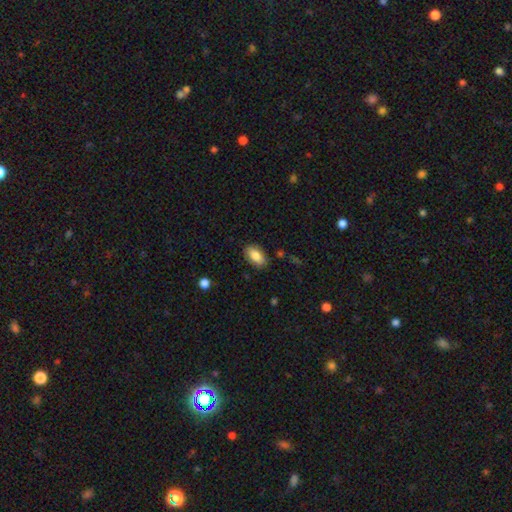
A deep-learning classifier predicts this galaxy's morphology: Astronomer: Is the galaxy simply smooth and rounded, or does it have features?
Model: smooth — 85%.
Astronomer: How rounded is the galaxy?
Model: in between — 94%.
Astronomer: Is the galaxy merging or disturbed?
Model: none — 85%.